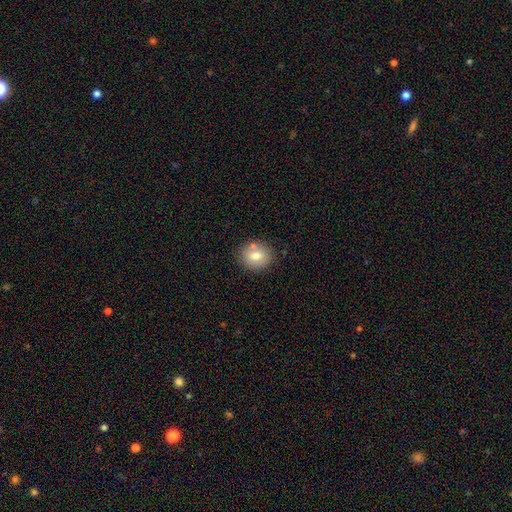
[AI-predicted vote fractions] Smooth or featured? Predicted: smooth (p=0.76). How rounded? Predicted: round (p=0.71). Merging? Predicted: none (p=0.76).